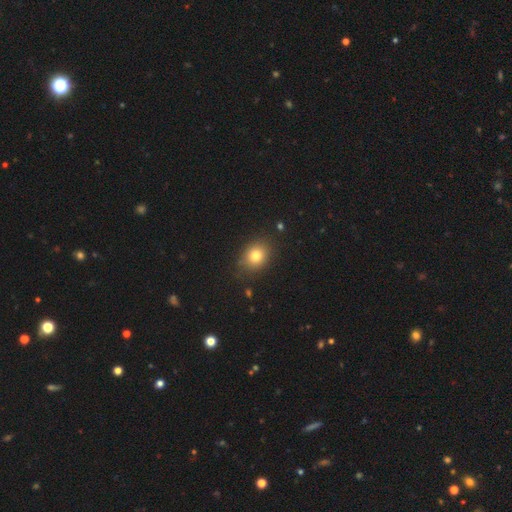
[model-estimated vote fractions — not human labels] This appears to be a smooth galaxy with no disk features (80%) that is round (53%). Merging: none (82%).